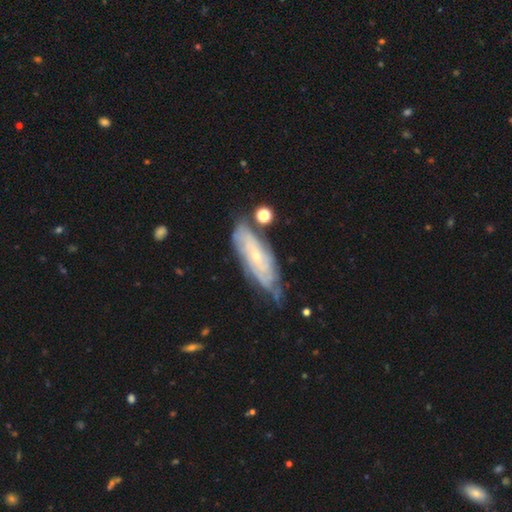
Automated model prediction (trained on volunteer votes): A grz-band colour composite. It shows a featured or disk galaxy (71%) with no bar (76%), spiral arms (83%) and a small central bulge (78%). Merging: none (60%).